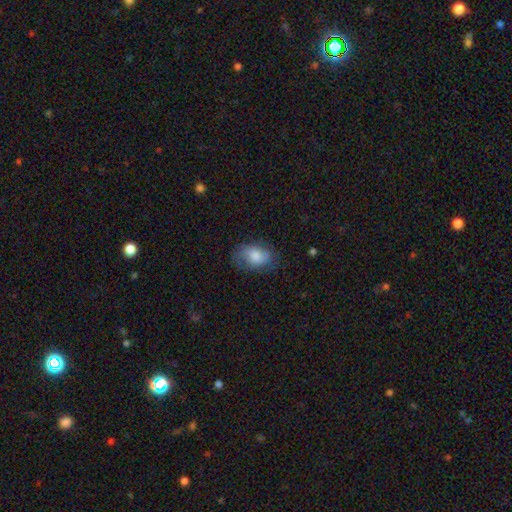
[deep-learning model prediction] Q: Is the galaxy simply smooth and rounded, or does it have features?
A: smooth — 70%.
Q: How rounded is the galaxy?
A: in between — 82%.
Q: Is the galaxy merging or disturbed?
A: none — 67%.